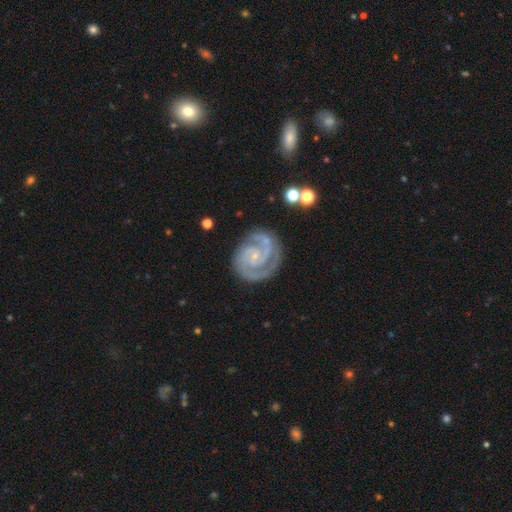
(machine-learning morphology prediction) Overall: featured or disk (92%). Edge-on disk: no (98%). Bar: no (63%; weak 27%). Spiral arms: yes (99%). Spiral arm count: 2 (74%). Spiral winding: tight (67%; medium 29%). Bulge size: small (81%). Merging: none (74%).